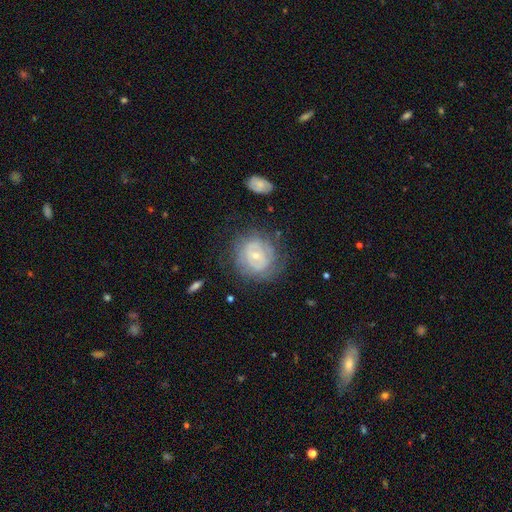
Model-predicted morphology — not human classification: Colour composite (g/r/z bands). It shows a featured or disk galaxy (66%) with no bar (60%), spiral arms (63%) and a small central bulge (67%). Merging: none (69%).